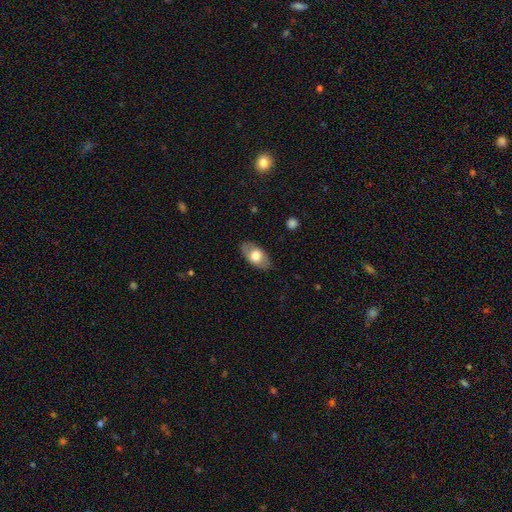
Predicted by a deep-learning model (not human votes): Overall: smooth (66%; featured or disk 28%). How rounded: in between (93%). Merging: none (83%).